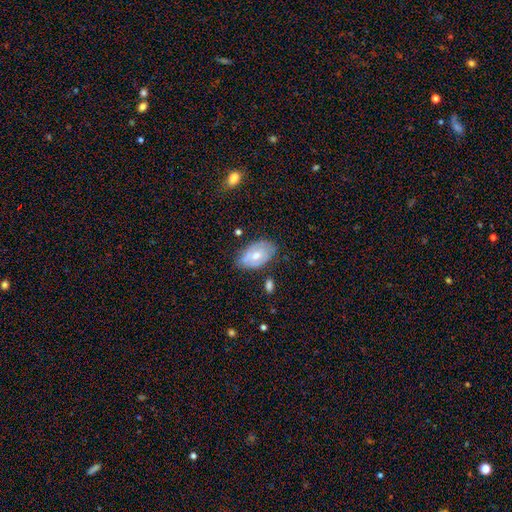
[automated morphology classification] A featured or disk galaxy (48%).

Vote fractions:
- Smooth or featured? featured or disk: 48% / smooth: 44% / star or artifact: 8%
- Merging? none: 69% / minor disturbance: 23% / major disturbance: 5% / merger: 3%